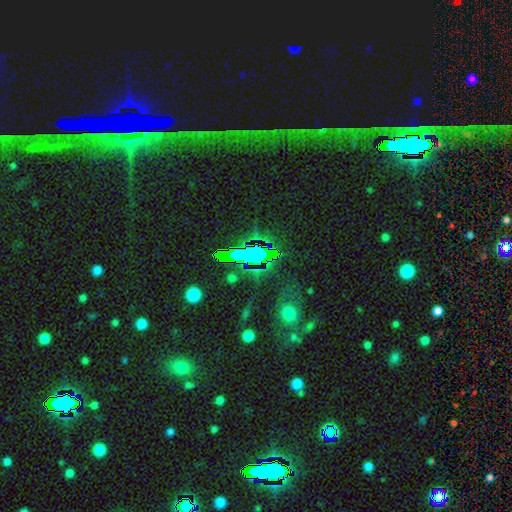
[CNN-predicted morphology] Smooth or featured? Predicted: star or artifact (p=0.69).